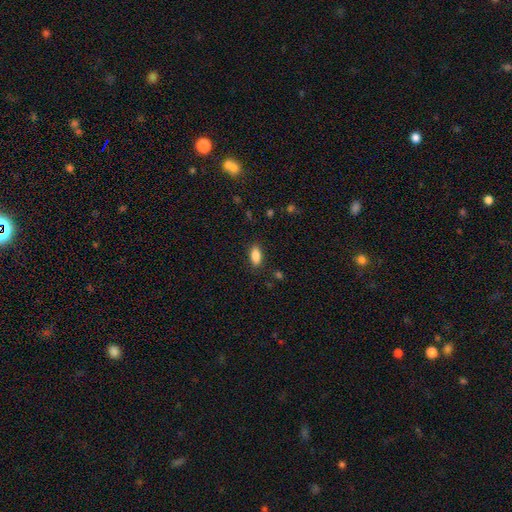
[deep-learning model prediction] This appears to be a smooth galaxy with no disk features (86%) that is in between round and cigar-shaped (87%). Merging: none (86%).